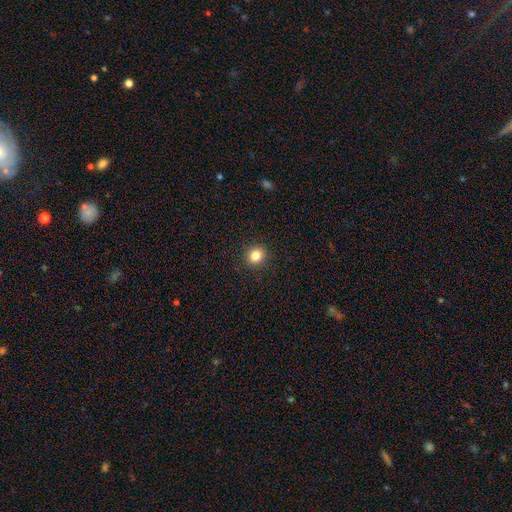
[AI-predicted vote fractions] Morphology: type=smooth (84%); roundness=round (83%); merging=none (91%).